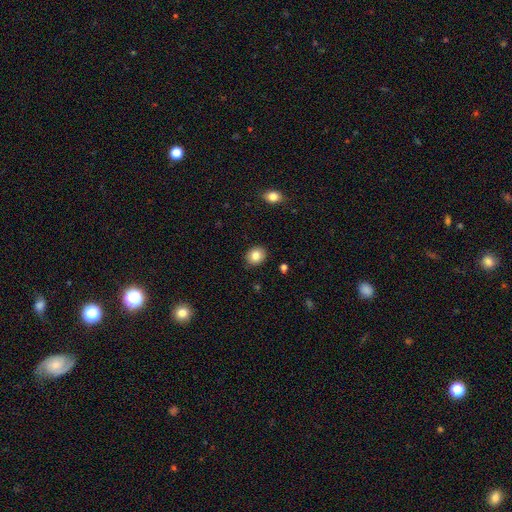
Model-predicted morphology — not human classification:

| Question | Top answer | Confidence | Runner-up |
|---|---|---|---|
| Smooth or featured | smooth | 83% | star or artifact (9%) |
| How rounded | round | 67% | in between (32%) |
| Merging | none | 89% | minor disturbance (7%) |